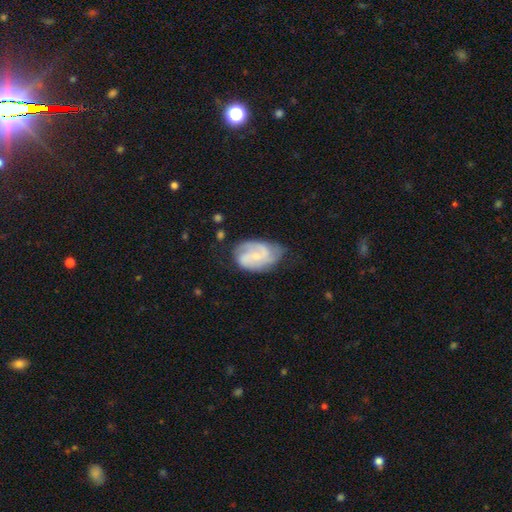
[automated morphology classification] type=featured or disk (76%); edge-on=no (97%); bar=no (51%); spiral arms=yes (93%); winding=medium (48%); arm count=2 (50%); bulge=small (67%); merging=none (59%).